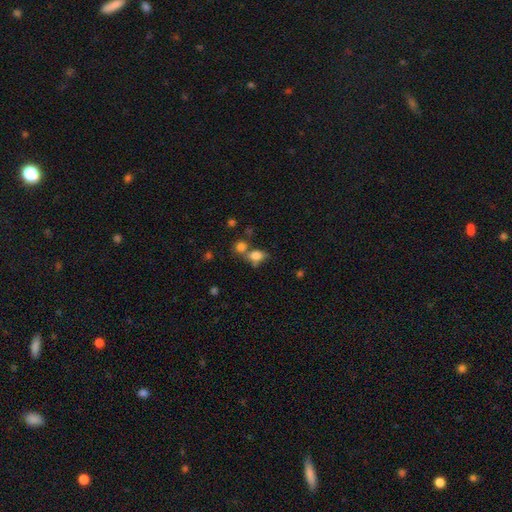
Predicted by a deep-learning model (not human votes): Smooth or featured?
  - smooth: 76% *
  - star or artifact: 13%
  - featured or disk: 11%
How rounded?
  - in between: 72% *
  - round: 24%
  - cigar-shaped: 3%
Merging?
  - none: 41% *
  - merger: 37%
  - minor disturbance: 15%
  - major disturbance: 8%